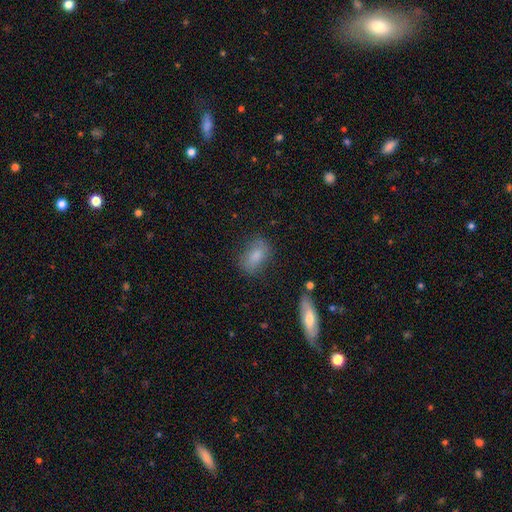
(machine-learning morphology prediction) A smooth galaxy with no disk features (79%) that is in between round and cigar-shaped (86%).

Vote fractions:
- Smooth or featured? smooth: 79% / featured or disk: 13% / star or artifact: 8%
- How rounded? in between: 86% / round: 12% / cigar-shaped: 3%
- Merging? none: 70% / minor disturbance: 21% / major disturbance: 7% / merger: 3%